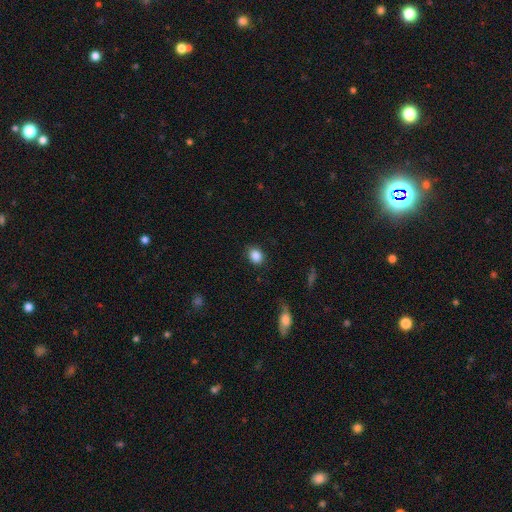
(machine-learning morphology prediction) Q: Smooth or featured?
A: smooth (86%); runner-up: star or artifact (9%)
Q: How rounded?
A: in between (53%); runner-up: round (45%)
Q: Merging?
A: none (85%); runner-up: minor disturbance (10%)